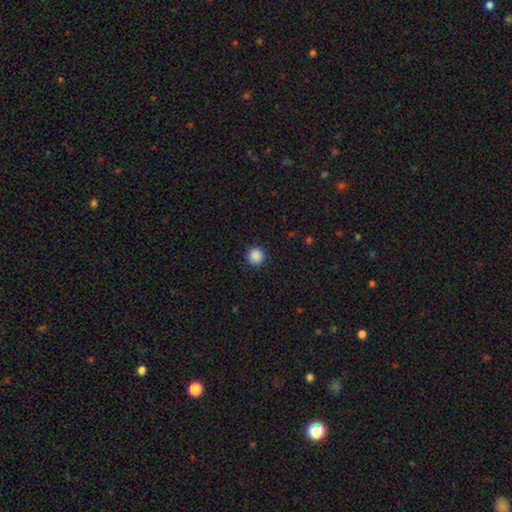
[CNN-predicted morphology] smooth-or-featured: smooth: 88% | star or artifact: 10% | featured or disk: 2%
  how-rounded: round: 96% | in between: 3% | cigar-shaped: 1%
  merging: none: 92% | minor disturbance: 5% | major disturbance: 2% | merger: 1%